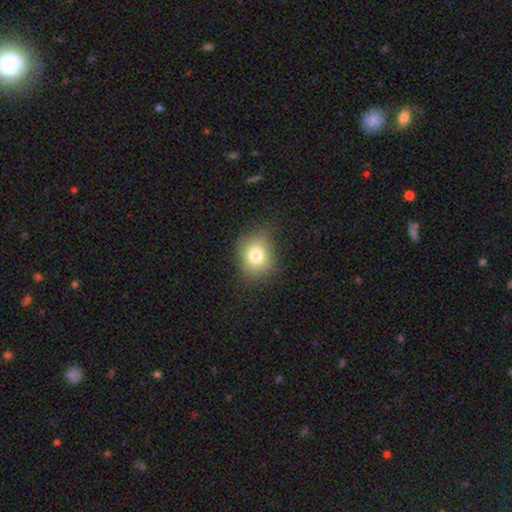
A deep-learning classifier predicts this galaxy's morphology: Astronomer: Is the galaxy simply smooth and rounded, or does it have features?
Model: smooth — 77%.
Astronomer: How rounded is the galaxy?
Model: round — 62% (runner-up: in between, 37%).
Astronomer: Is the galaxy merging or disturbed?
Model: none — 75%.